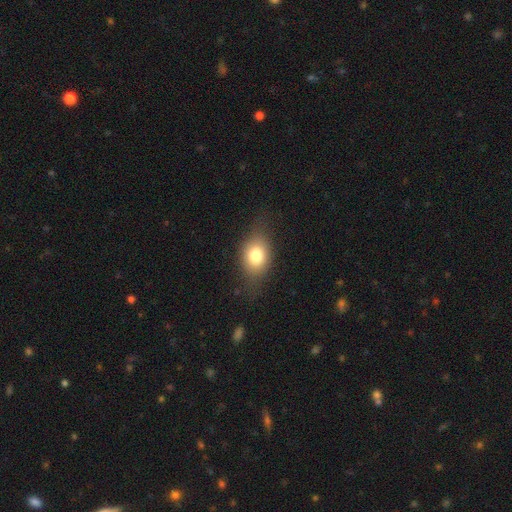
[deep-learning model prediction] smooth_or_featured: smooth (p=0.75) [alt: featured or disk p=0.16]
how_rounded: in between (p=0.67) [alt: round p=0.30]
merging: none (p=0.70) [alt: minor disturbance p=0.21]